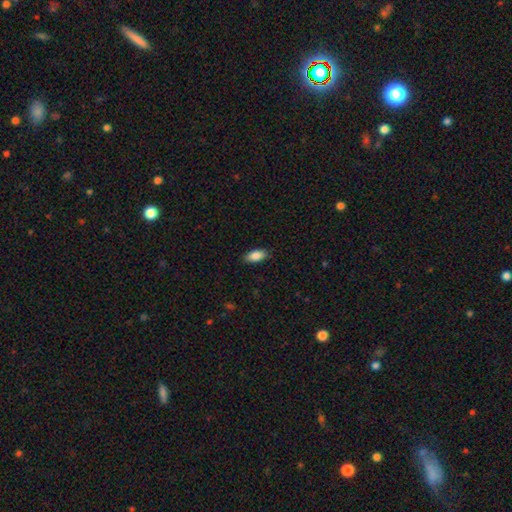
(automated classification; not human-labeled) Smooth or featured? Predicted: smooth (p=0.86). How rounded? Predicted: in between (p=0.89). Merging? Predicted: none (p=0.87).